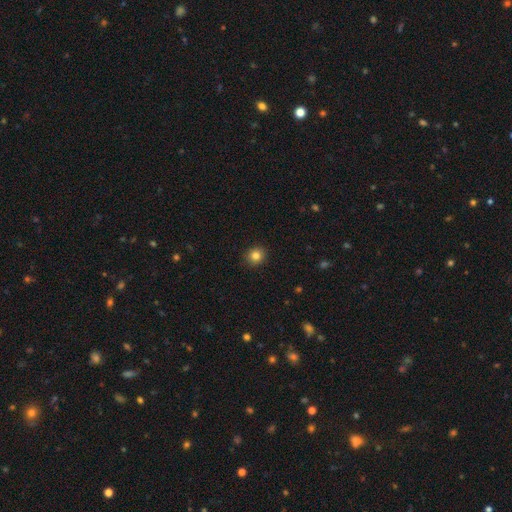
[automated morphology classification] A smooth galaxy with no disk features (82%) that is round (88%).

Vote fractions:
- Smooth or featured? smooth: 82% / star or artifact: 12% / featured or disk: 6%
- How rounded? round: 88% / in between: 11% / cigar-shaped: 1%
- Merging? none: 92% / minor disturbance: 6% / major disturbance: 2% / merger: 1%